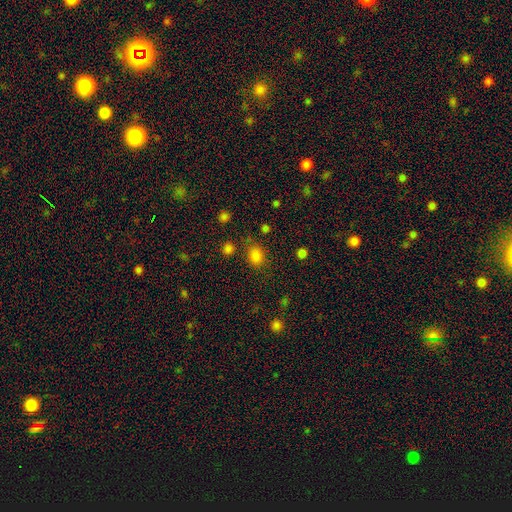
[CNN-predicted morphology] smooth_or_featured: smooth (p=0.81) [alt: star or artifact p=0.14]
how_rounded: round (p=0.50) [alt: in between p=0.49]
merging: none (p=0.75) [alt: minor disturbance p=0.14]